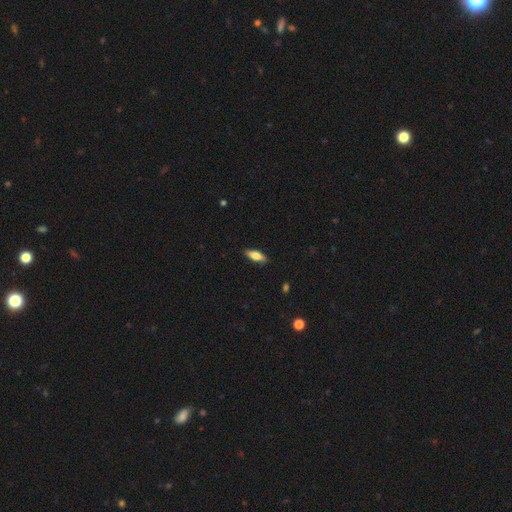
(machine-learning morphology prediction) smooth-or-featured: smooth: 68% | featured or disk: 26% | star or artifact: 6%
  how-rounded: in between: 63% | cigar-shaped: 35% | round: 2%
  merging: none: 88% | minor disturbance: 9% | major disturbance: 2% | merger: 1%